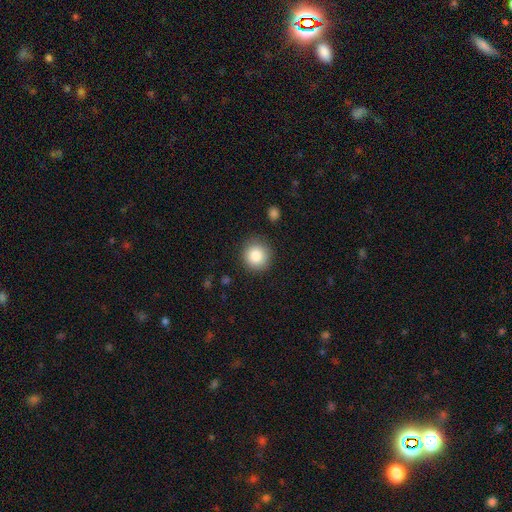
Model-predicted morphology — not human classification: A smooth galaxy with no disk features (85%) that is round (92%).

Vote fractions:
- Smooth or featured? smooth: 85% / star or artifact: 9% / featured or disk: 6%
- How rounded? round: 92% / in between: 7% / cigar-shaped: 1%
- Merging? none: 87% / minor disturbance: 9% / major disturbance: 3% / merger: 2%